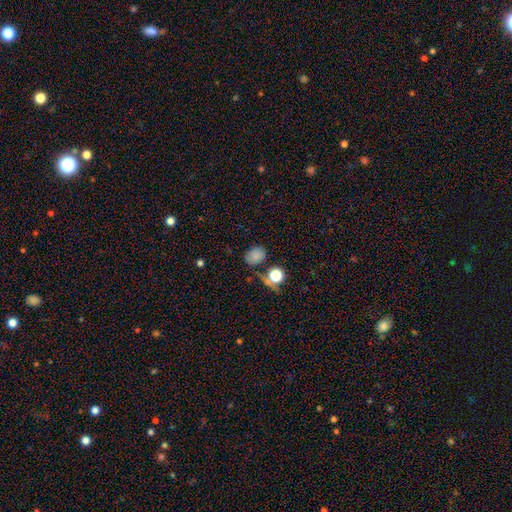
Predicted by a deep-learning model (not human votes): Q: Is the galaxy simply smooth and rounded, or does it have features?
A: smooth — 72%.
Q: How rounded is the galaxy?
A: in between — 57%.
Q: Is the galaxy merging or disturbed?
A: none — 67%.